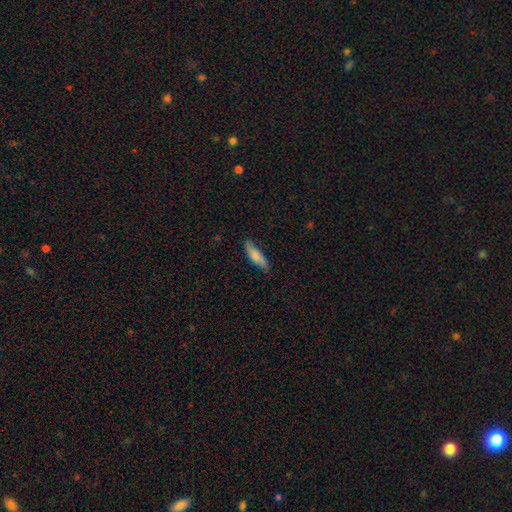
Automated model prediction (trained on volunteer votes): This appears to be a smooth galaxy with no disk features (81%) that is cigar-shaped (58%). Merging: none (80%).